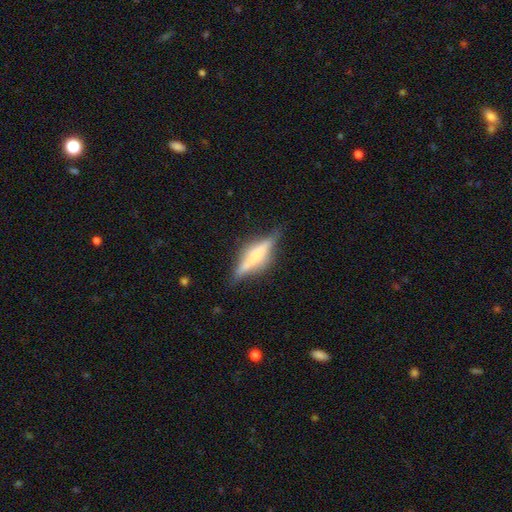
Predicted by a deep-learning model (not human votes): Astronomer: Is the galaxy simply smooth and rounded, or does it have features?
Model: featured or disk — 63%.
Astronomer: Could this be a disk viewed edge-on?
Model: yes — 94%.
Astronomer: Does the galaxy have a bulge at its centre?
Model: rounded — 59%.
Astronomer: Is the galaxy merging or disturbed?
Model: none — 77%.